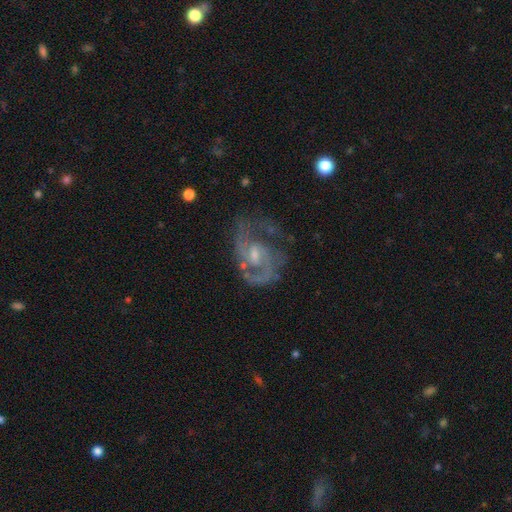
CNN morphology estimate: Q: Smooth or featured?
A: featured or disk (89%); runner-up: star or artifact (6%)
Q: Edge-on disk?
A: no (98%); runner-up: yes (2%)
Q: Bar?
A: weak (56%); runner-up: no (32%)
Q: Spiral arms?
A: yes (96%); runner-up: no (4%)
Q: Spiral winding?
A: medium (56%); runner-up: tight (28%)
Q: Spiral arm count?
A: 2 (74%); runner-up: can't tell (9%)
Q: Bulge size?
A: small (55%); runner-up: moderate (32%)
Q: Merging?
A: none (59%); runner-up: minor disturbance (21%)